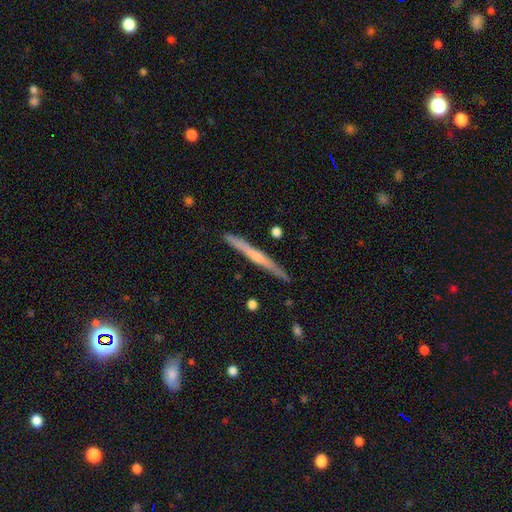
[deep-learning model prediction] featured or disk 62%, smooth 32%, star or artifact 6%. Down the decision tree: edge-on disk — yes (98%); edge-on bulge — rounded (50%); merging — none (89%).